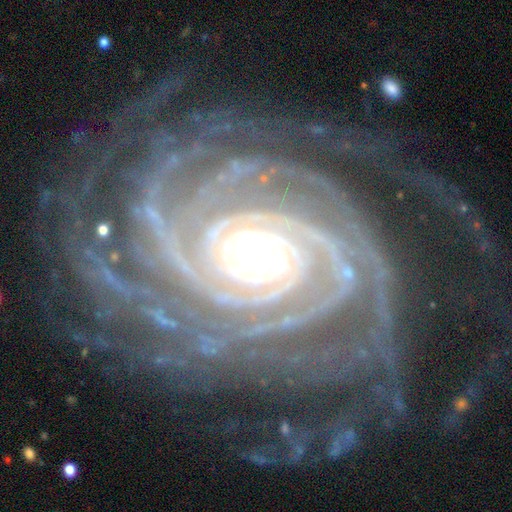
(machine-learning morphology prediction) featured or disk 94%, star or artifact 4%, smooth 2%. Down the decision tree: edge-on disk — no (97%); bar — no (64%); spiral arms — yes (99%); spiral arm count — 2 (24%); spiral winding — tight (84%); bulge size — moderate (68%); merging — none (73%).